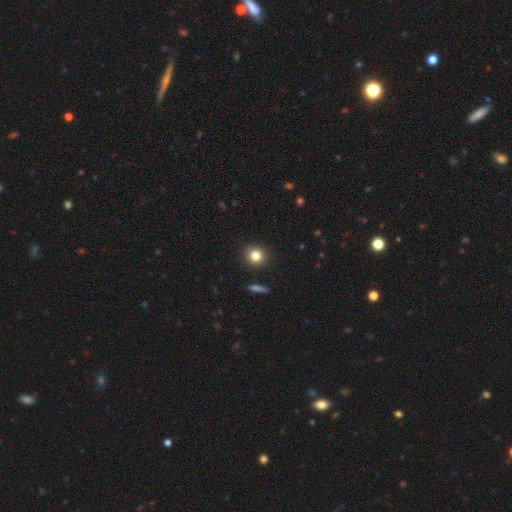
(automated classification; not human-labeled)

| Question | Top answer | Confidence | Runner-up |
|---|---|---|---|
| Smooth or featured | smooth | 81% | star or artifact (12%) |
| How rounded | round | 89% | in between (9%) |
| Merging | none | 91% | minor disturbance (6%) |